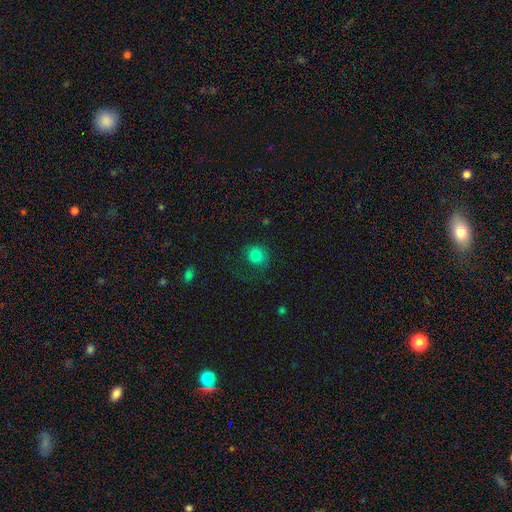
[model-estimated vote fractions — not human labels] Smooth or featured? Predicted: smooth (p=0.81). How rounded? Predicted: round (p=0.87). Merging? Predicted: none (p=0.74).